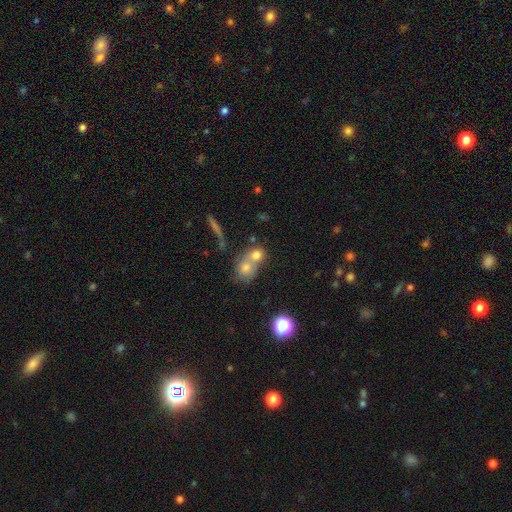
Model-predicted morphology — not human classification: A smooth galaxy with no disk features (72%) that is round (71%). Merging: merger (61%).